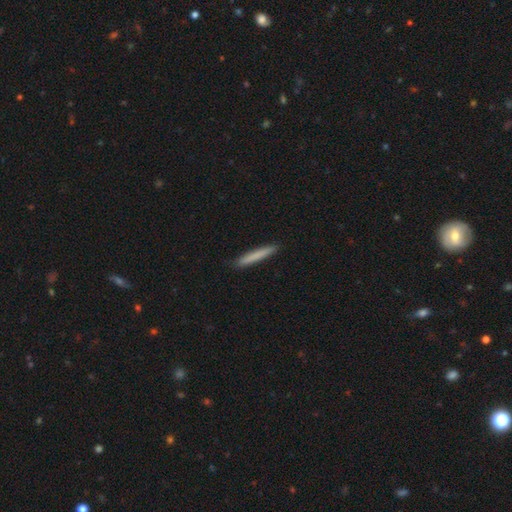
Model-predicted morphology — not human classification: smooth-or-featured: smooth: 77% | featured or disk: 17% | star or artifact: 6%
  how-rounded: cigar-shaped: 96% | in between: 3% | round: 1%
  merging: none: 91% | minor disturbance: 6% | major disturbance: 1% | merger: 1%